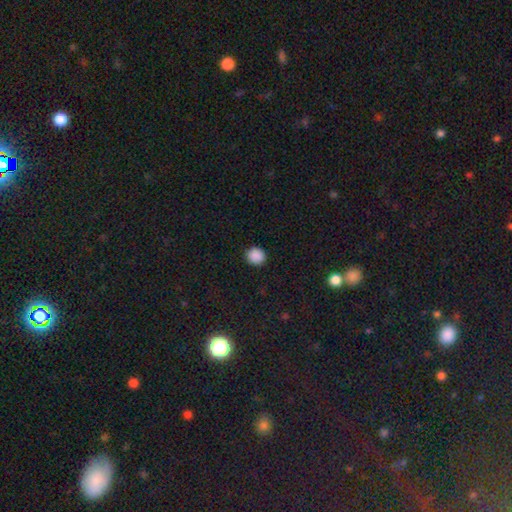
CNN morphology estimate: Smooth or featured: smooth — 89% (star or artifact — 9%)
How rounded: round — 90% (in between — 9%)
Merging: none — 92% (minor disturbance — 5%)